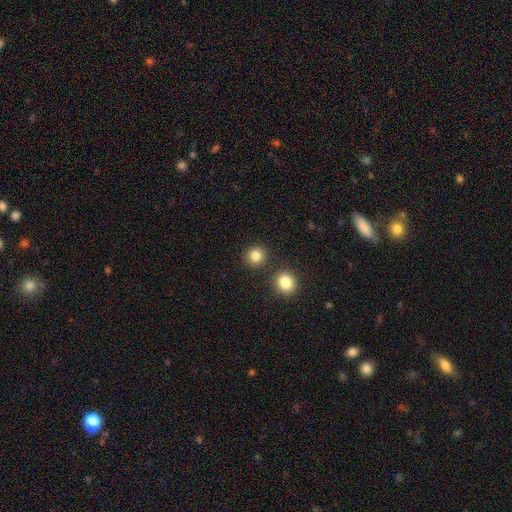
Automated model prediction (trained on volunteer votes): Q: Smooth or featured?
A: smooth (84%); runner-up: star or artifact (11%)
Q: How rounded?
A: round (90%); runner-up: in between (9%)
Q: Merging?
A: none (84%); runner-up: merger (7%)